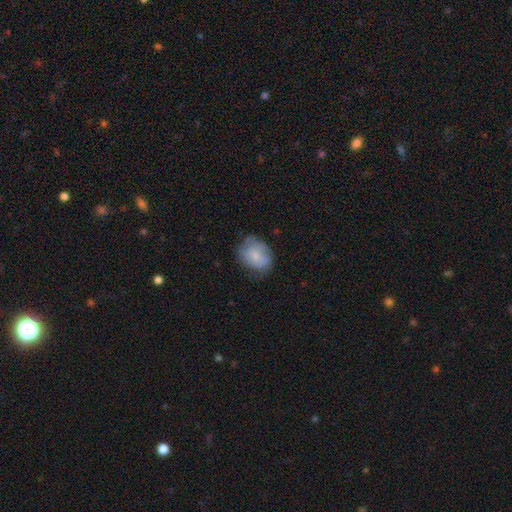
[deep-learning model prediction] smooth_or_featured: smooth (p=0.71) [alt: featured or disk p=0.21]
how_rounded: in between (p=0.50) [alt: round p=0.49]
merging: none (p=0.61) [alt: minor disturbance p=0.28]